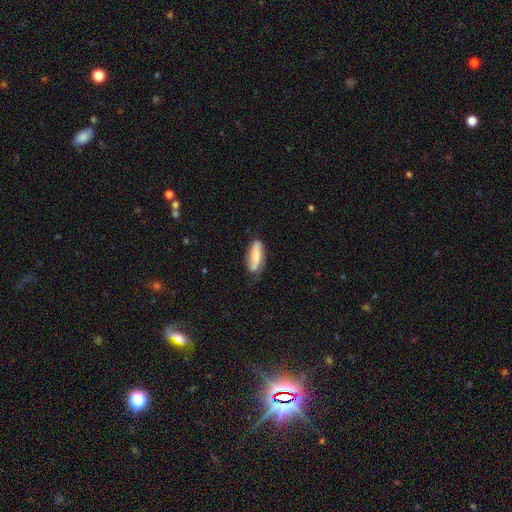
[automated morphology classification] Overall: smooth (63%; featured or disk 30%). How rounded: in between (61%; cigar-shaped 36%). Merging: none (57%; minor disturbance 31%).